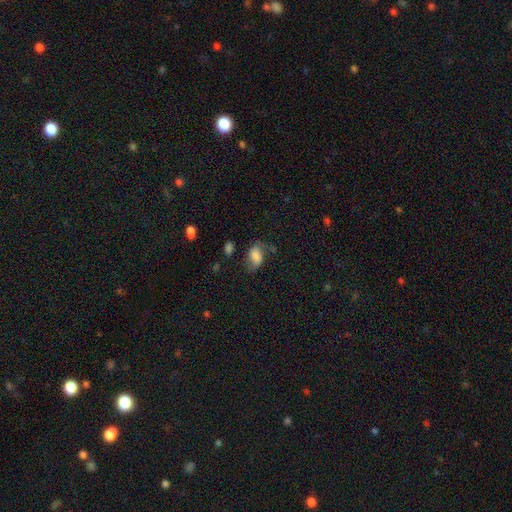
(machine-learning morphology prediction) Smooth or featured: smooth — 66% (featured or disk — 25%)
How rounded: in between — 86% (round — 12%)
Merging: none — 47% (minor disturbance — 30%)